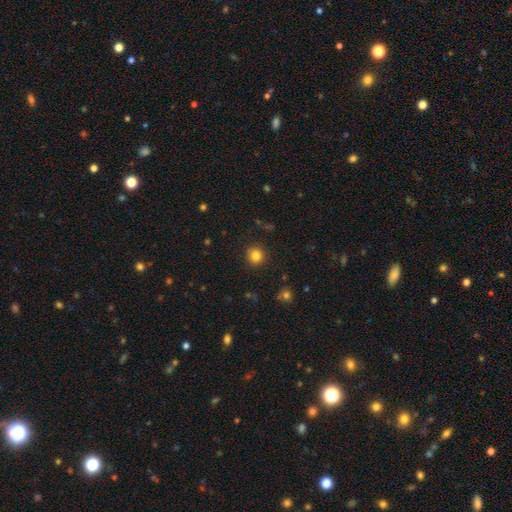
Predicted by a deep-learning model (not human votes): A smooth galaxy with no disk features (83%) that is round (91%).

Vote fractions:
- Smooth or featured? smooth: 83% / star or artifact: 12% / featured or disk: 5%
- How rounded? round: 91% / in between: 8% / cigar-shaped: 1%
- Merging? none: 90% / minor disturbance: 7% / major disturbance: 2% / merger: 1%